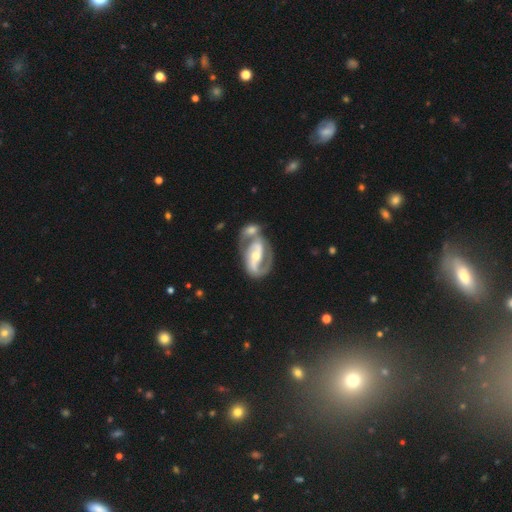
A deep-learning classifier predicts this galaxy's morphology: This appears to be a featured or disk galaxy (87%) with a strong bar (50%), 2 (83%) medium (49%) spiral arms (91%) and a moderate central bulge (57%). Merging: merger (39%).